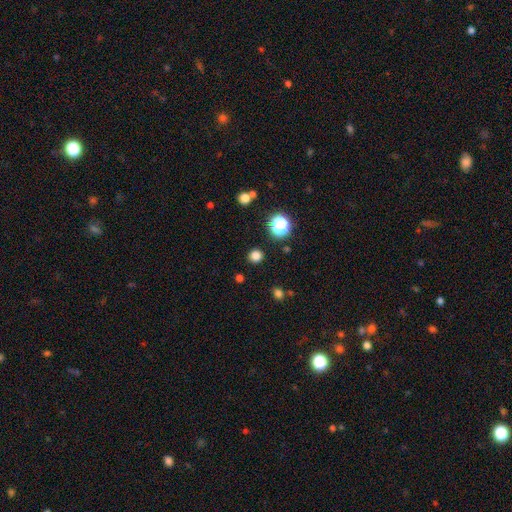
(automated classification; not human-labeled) smooth 78%, star or artifact 18%, featured or disk 4%. Down the decision tree: how rounded — round (92%); merging — none (90%).